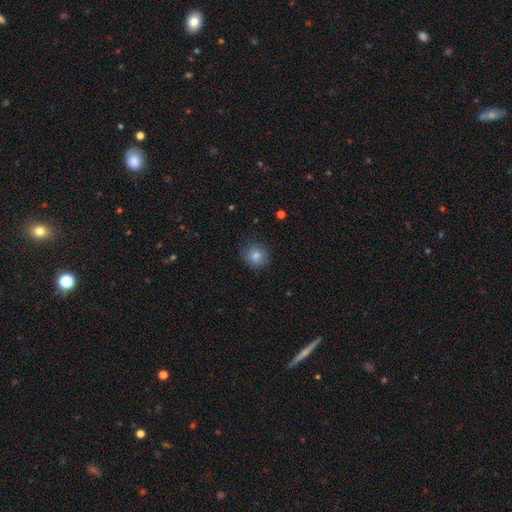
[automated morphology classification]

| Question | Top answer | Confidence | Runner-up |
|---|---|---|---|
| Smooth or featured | smooth | 81% | star or artifact (11%) |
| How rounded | round | 86% | in between (13%) |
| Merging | none | 83% | minor disturbance (13%) |